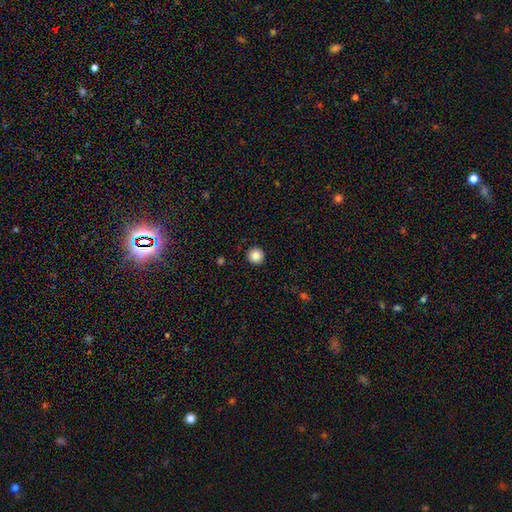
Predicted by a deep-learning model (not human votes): smooth_or_featured: smooth (p=0.86) [alt: star or artifact p=0.10]
how_rounded: round (p=0.96) [alt: in between p=0.04]
merging: none (p=0.93) [alt: minor disturbance p=0.04]